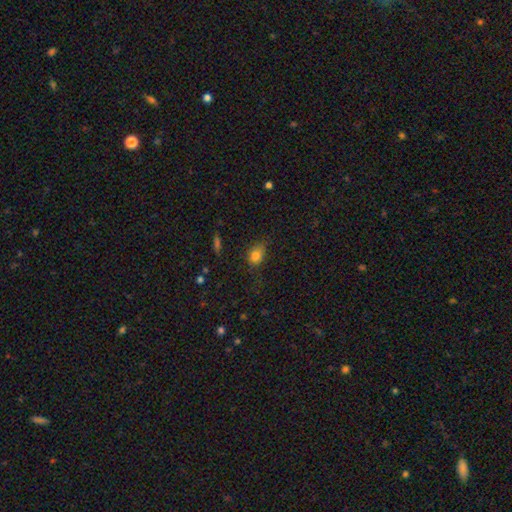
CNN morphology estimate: smooth_or_featured: smooth (p=0.79) [alt: star or artifact p=0.12]
how_rounded: in between (p=0.65) [alt: round p=0.33]
merging: none (p=0.60) [alt: minor disturbance p=0.28]